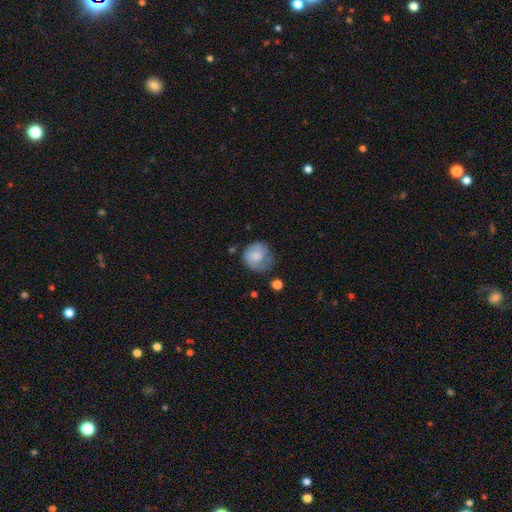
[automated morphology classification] Smooth or featured: smooth — 67% (featured or disk — 26%)
How rounded: round — 82% (in between — 17%)
Merging: none — 49% (minor disturbance — 31%)